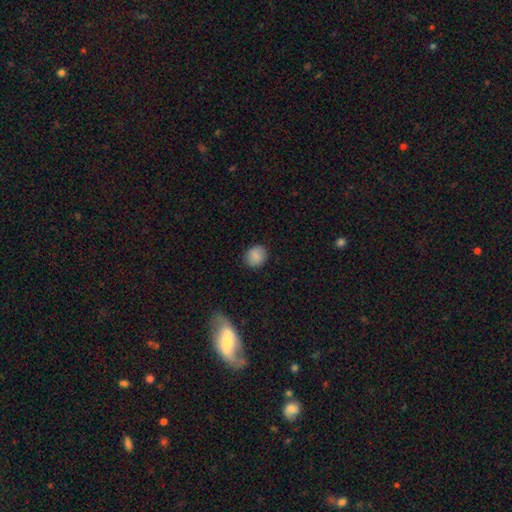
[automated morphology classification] This appears to be a smooth galaxy with no disk features (88%) that is round (78%). Merging: none (88%).